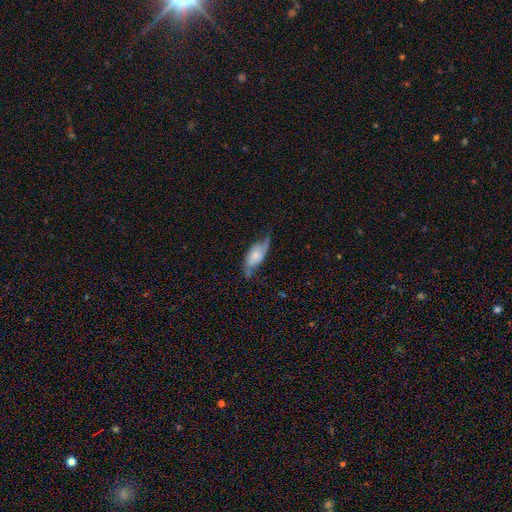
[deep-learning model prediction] This appears to be a featured or disk galaxy (56%). Merging: none (54%).